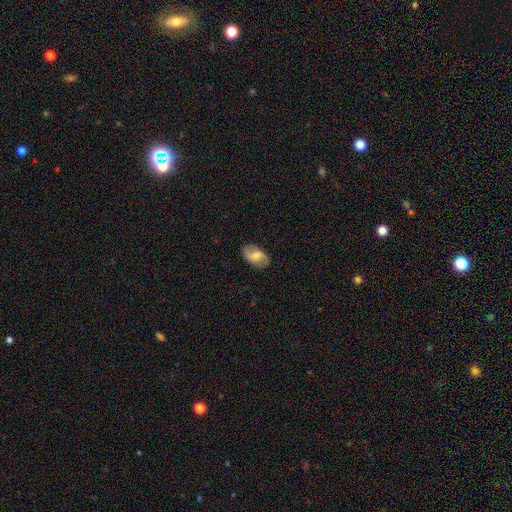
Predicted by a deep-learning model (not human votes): The model was most divided on "smooth or featured": smooth: 48%, featured or disk: 44%, star or artifact: 8%. More confident: merging — none (81%).